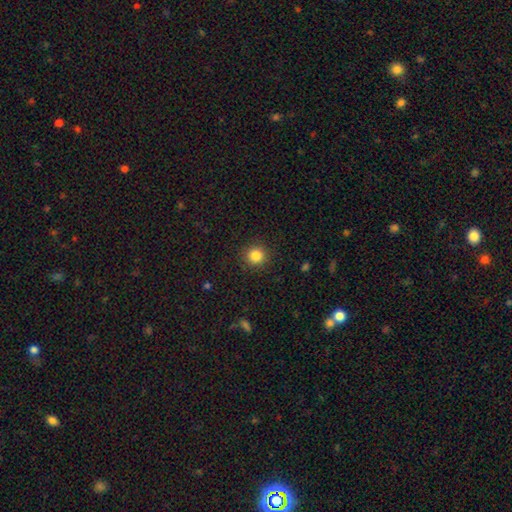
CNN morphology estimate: type=smooth (85%); roundness=round (94%); merging=none (90%).